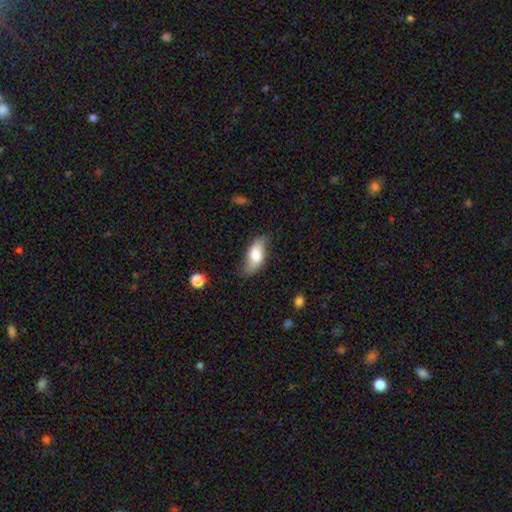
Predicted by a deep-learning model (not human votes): This is likely a smooth galaxy (68%). How rounded: clearly in between (85%). Merging: likely none (67%).